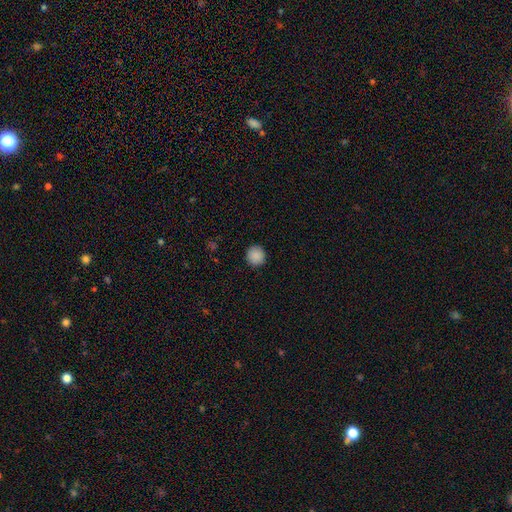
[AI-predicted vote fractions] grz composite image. It shows a smooth galaxy with no disk features (88%) that is round (94%). Merging: none (92%).